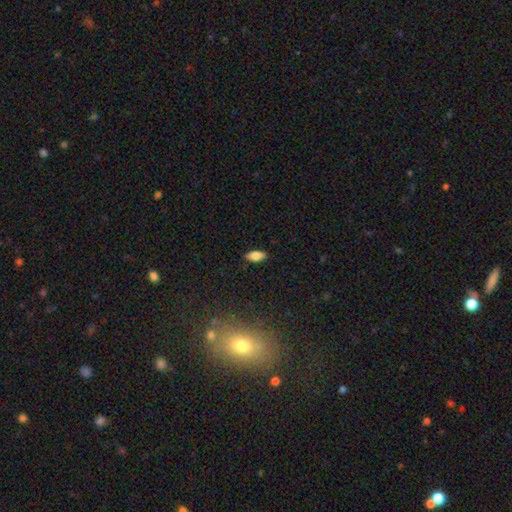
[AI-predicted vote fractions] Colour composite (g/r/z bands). It shows a smooth galaxy with no disk features (81%) that is in between round and cigar-shaped (87%). Merging: none (88%).